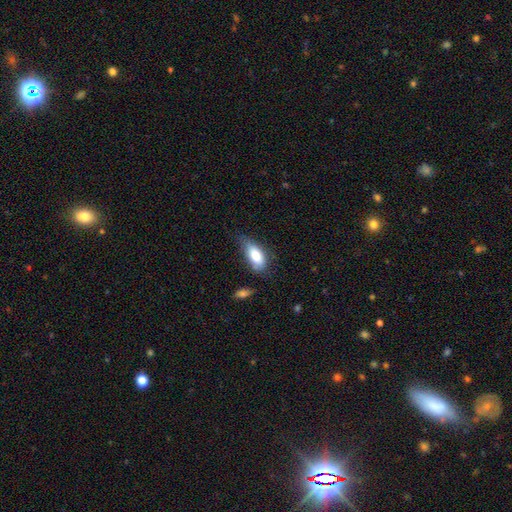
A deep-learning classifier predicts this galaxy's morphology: This is clearly a smooth galaxy (80%). How rounded: clearly in between (86%). Merging: marginally none (43%).